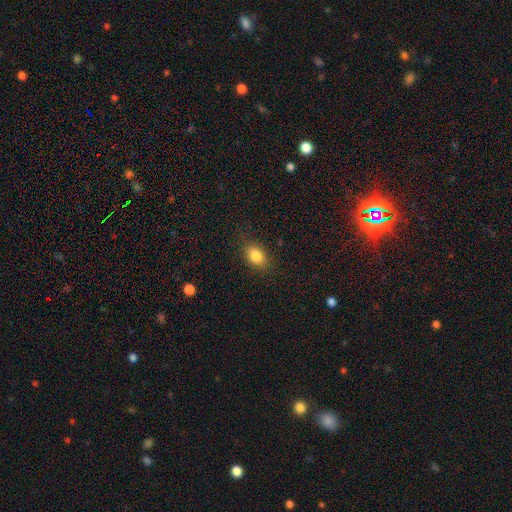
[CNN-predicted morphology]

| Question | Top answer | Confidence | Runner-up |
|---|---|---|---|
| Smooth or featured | smooth | 85% | star or artifact (9%) |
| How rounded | in between | 79% | round (19%) |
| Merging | none | 85% | minor disturbance (11%) |